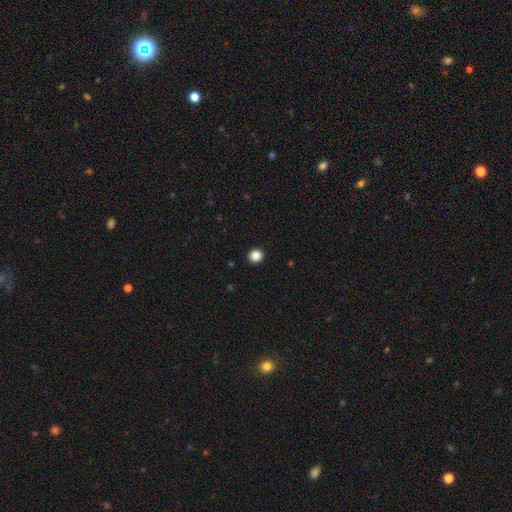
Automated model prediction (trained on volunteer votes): Smooth or featured? Predicted: smooth (p=0.85). How rounded? Predicted: round (p=0.89). Merging? Predicted: none (p=0.93).